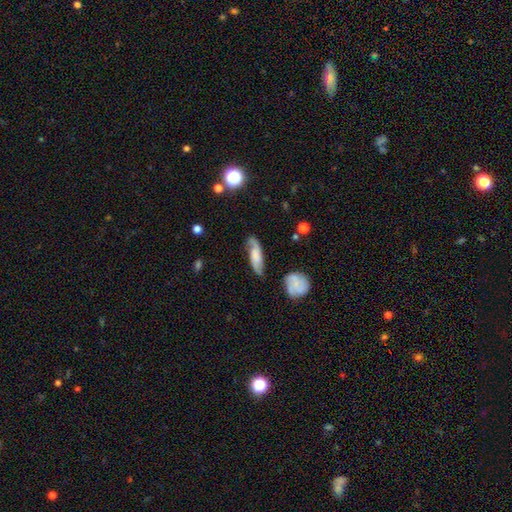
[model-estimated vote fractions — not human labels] Smooth or featured?
  - featured or disk: 62% *
  - smooth: 31%
  - star or artifact: 7%
Edge-on disk?
  - no: 81% *
  - yes: 19%
Bar?
  - no: 53% *
  - weak: 35%
  - strong: 12%
Spiral arms?
  - yes: 92% *
  - no: 8%
Bulge size?
  - none: 31% *
  - moderate: 24%
  - small: 21%
  - large: 20%
  - dominant: 4%
Merging?
  - none: 69% *
  - minor disturbance: 20%
  - major disturbance: 7%
  - merger: 4%